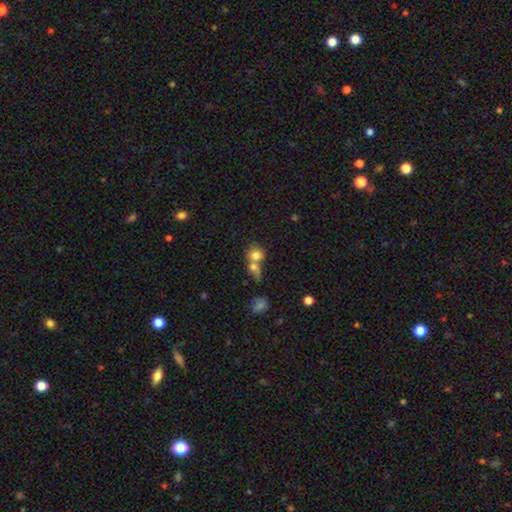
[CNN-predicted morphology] Overall: smooth (76%). How rounded: round (62%; in between 37%). Merging: merger (59%; none 28%).